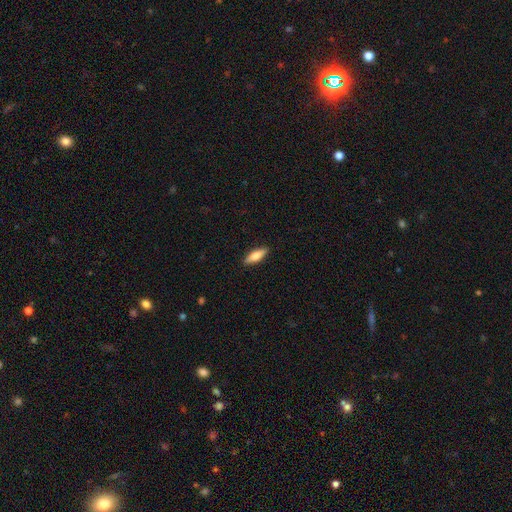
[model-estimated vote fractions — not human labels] Smooth or featured? Predicted: smooth (p=0.67). How rounded? Predicted: cigar-shaped (p=0.50). Merging? Predicted: none (p=0.90).